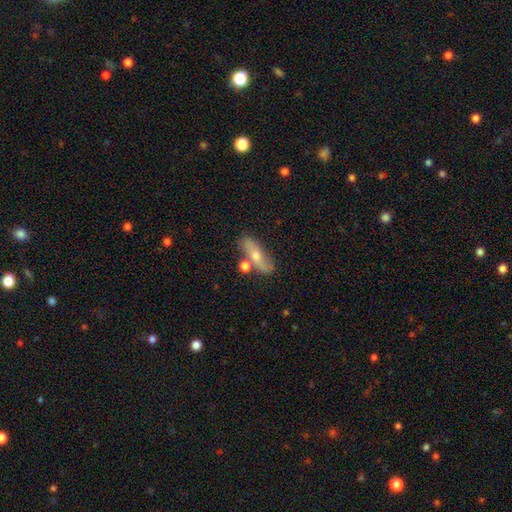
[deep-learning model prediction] A smooth galaxy with no disk features (47%). Merging: none (66%).